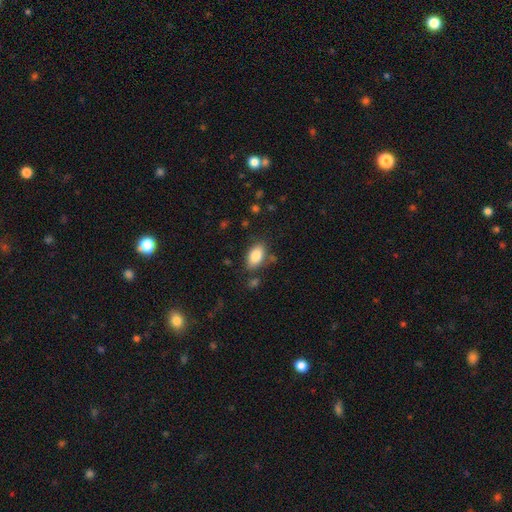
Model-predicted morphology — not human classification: A smooth galaxy with no disk features (84%) that is in between round and cigar-shaped (92%).

Vote fractions:
- Smooth or featured? smooth: 84% / featured or disk: 8% / star or artifact: 7%
- How rounded? in between: 92% / round: 6% / cigar-shaped: 2%
- Merging? none: 78% / minor disturbance: 14% / merger: 4% / major disturbance: 4%